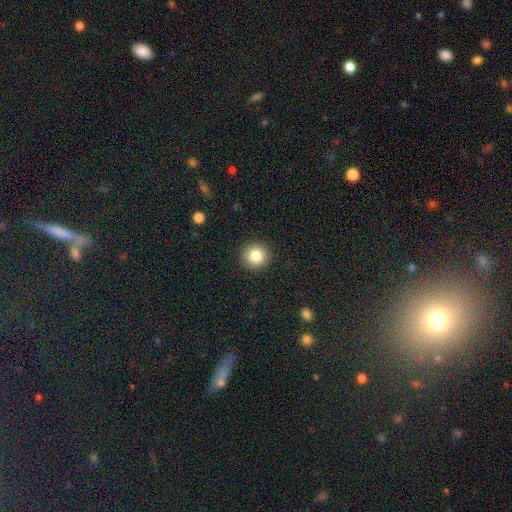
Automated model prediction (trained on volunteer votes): Smooth or featured? smooth (84%)
How rounded? round (92%)
Merging? none (91%)